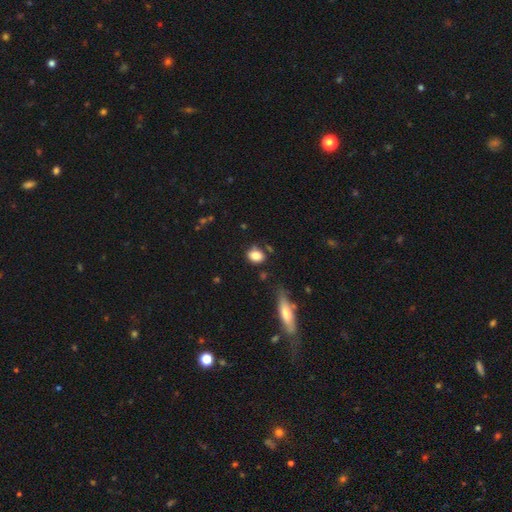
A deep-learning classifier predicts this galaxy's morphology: Smooth or featured?
  - smooth: 83% *
  - star or artifact: 9%
  - featured or disk: 8%
How rounded?
  - in between: 60% *
  - round: 37%
  - cigar-shaped: 2%
Merging?
  - none: 72% *
  - minor disturbance: 19%
  - merger: 5%
  - major disturbance: 4%